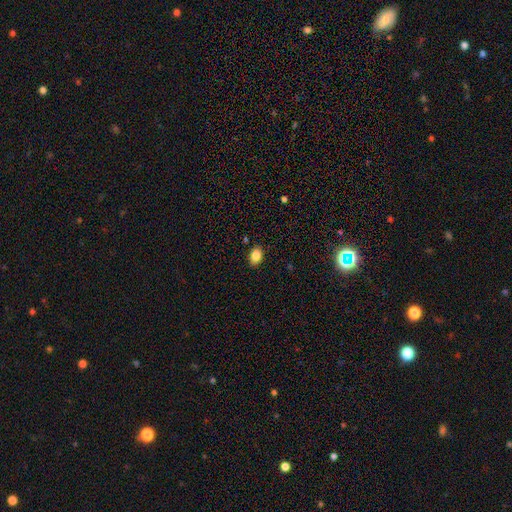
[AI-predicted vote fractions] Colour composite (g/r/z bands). It shows a smooth galaxy with no disk features (85%) that is in between round and cigar-shaped (78%). Merging: none (87%).